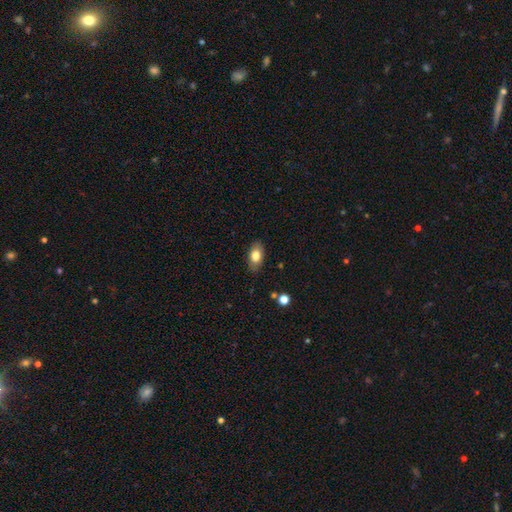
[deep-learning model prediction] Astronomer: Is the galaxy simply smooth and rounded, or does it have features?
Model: smooth — 77%.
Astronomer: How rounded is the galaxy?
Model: in between — 91%.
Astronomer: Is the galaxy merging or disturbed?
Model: none — 85%.